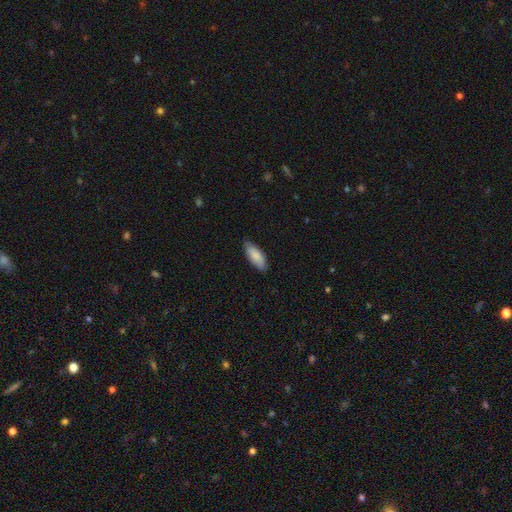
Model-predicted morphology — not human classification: A smooth galaxy with no disk features (84%) that is in between round and cigar-shaped (79%).

Vote fractions:
- Smooth or featured? smooth: 84% / featured or disk: 11% / star or artifact: 5%
- How rounded? in between: 79% / cigar-shaped: 20% / round: 2%
- Merging? none: 80% / minor disturbance: 17% / major disturbance: 2% / merger: 1%